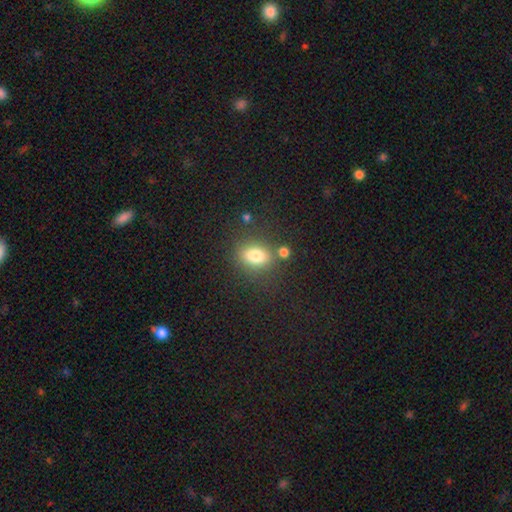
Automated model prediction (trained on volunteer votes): Smooth or featured? smooth (78%)
How rounded? in between (60%)
Merging? none (72%)